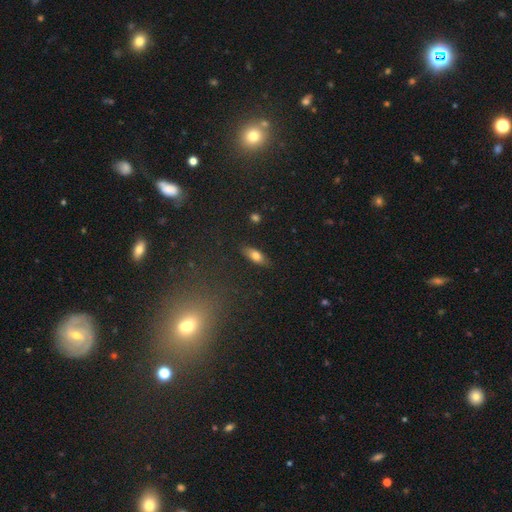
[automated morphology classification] The model was most divided on "smooth or featured": smooth: 74%, featured or disk: 18%, star or artifact: 8%. More confident: merging — none (86%); how rounded — in between (77%).